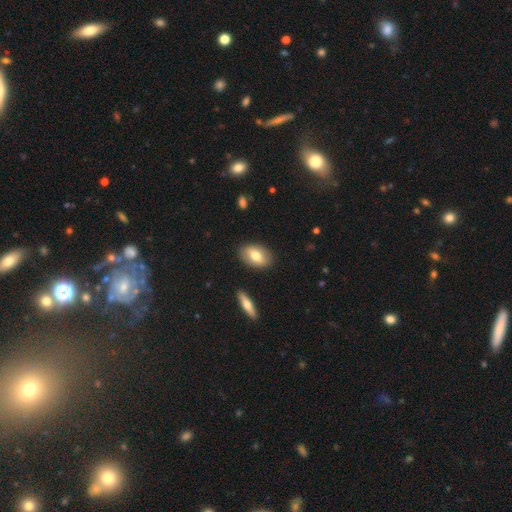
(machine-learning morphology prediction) smooth_or_featured: smooth (p=0.69) [alt: featured or disk p=0.24]
how_rounded: in between (p=0.89) [alt: round p=0.09]
merging: none (p=0.87) [alt: minor disturbance p=0.09]